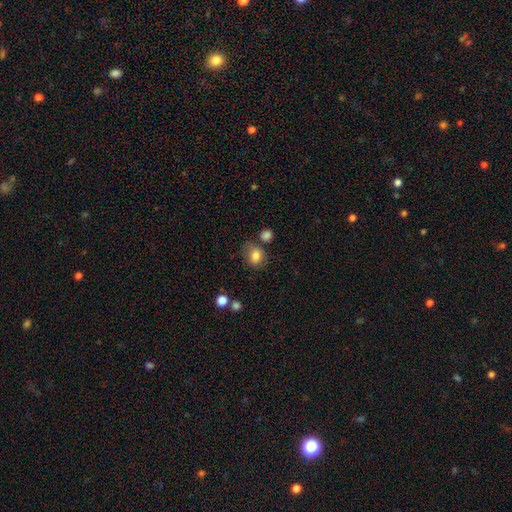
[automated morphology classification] Smooth or featured?
  - smooth: 82% *
  - star or artifact: 10%
  - featured or disk: 8%
How rounded?
  - round: 61% *
  - in between: 38%
  - cigar-shaped: 1%
Merging?
  - none: 62% *
  - minor disturbance: 21%
  - merger: 10%
  - major disturbance: 7%